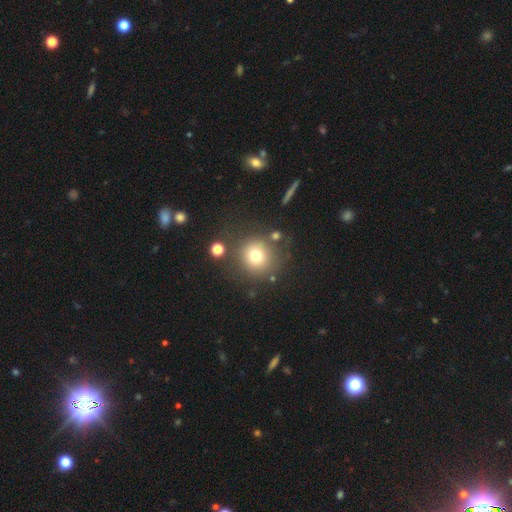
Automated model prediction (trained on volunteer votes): A smooth galaxy with no disk features (74%) that is round (91%). Merging: none (77%).